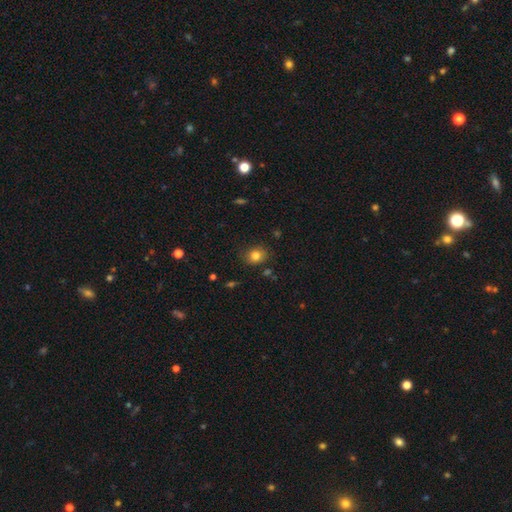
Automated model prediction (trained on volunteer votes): smooth_or_featured: smooth (p=0.81) [alt: star or artifact p=0.12]
how_rounded: round (p=0.64) [alt: in between p=0.35]
merging: none (p=0.82) [alt: minor disturbance p=0.13]